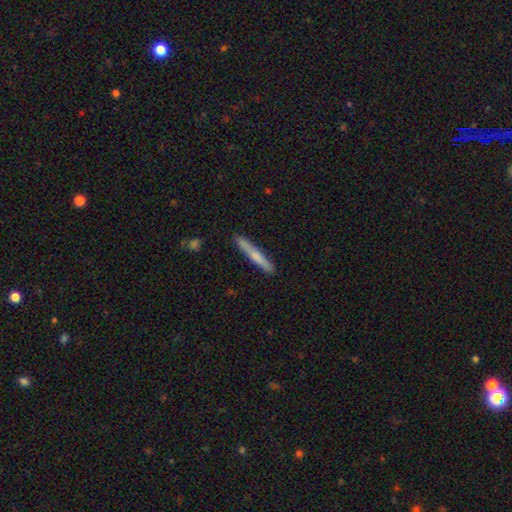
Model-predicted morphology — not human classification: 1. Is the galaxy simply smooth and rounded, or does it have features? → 62% smooth, 33% featured or disk, 5% star or artifact.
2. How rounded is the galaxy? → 96% cigar-shaped, 3% in between, 1% round.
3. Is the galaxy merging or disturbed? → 90% none, 7% minor disturbance, 1% major disturbance, 1% merger.